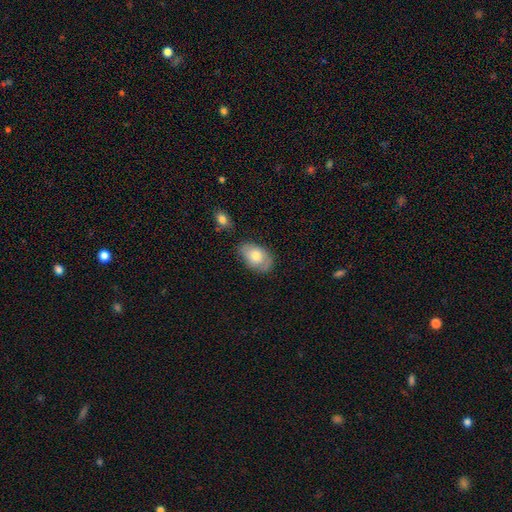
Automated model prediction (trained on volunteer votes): Smooth or featured?
  - smooth: 74% *
  - featured or disk: 19%
  - star or artifact: 7%
How rounded?
  - in between: 89% *
  - round: 9%
  - cigar-shaped: 1%
Merging?
  - none: 68% *
  - minor disturbance: 23%
  - major disturbance: 5%
  - merger: 4%